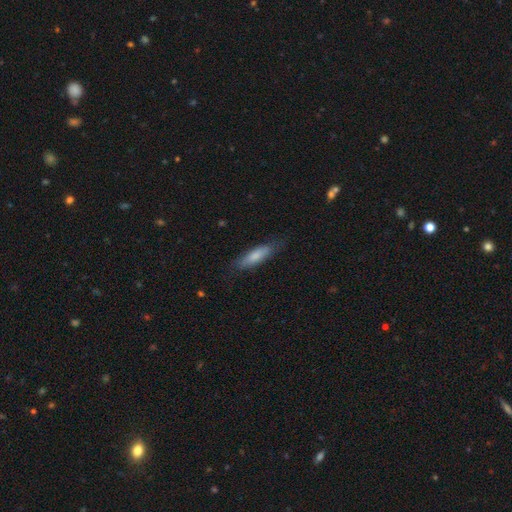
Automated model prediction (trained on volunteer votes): The model was most divided on "how rounded": cigar-shaped: 63%, in between: 36%, round: 2%. More confident: merging — none (77%); smooth or featured — smooth (75%).